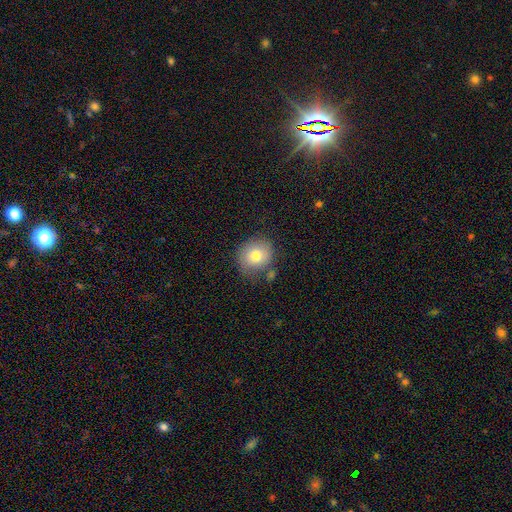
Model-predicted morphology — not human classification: Smooth or featured: smooth — 76% (featured or disk — 14%)
How rounded: round — 80% (in between — 19%)
Merging: none — 73% (minor disturbance — 17%)